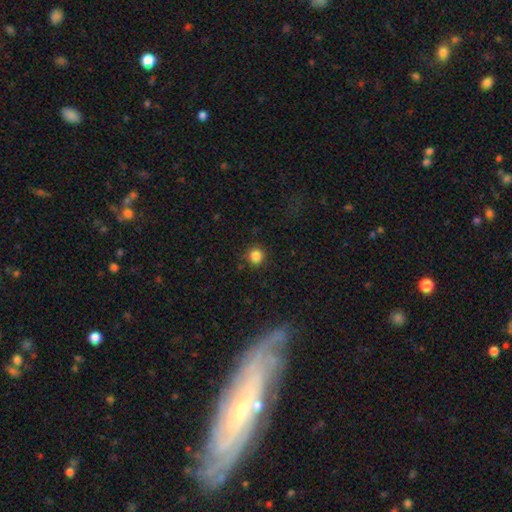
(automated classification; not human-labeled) Smooth or featured?
  - smooth: 85% *
  - star or artifact: 11%
  - featured or disk: 4%
How rounded?
  - round: 93% *
  - in between: 6%
  - cigar-shaped: 1%
Merging?
  - none: 87% *
  - minor disturbance: 9%
  - major disturbance: 3%
  - merger: 1%